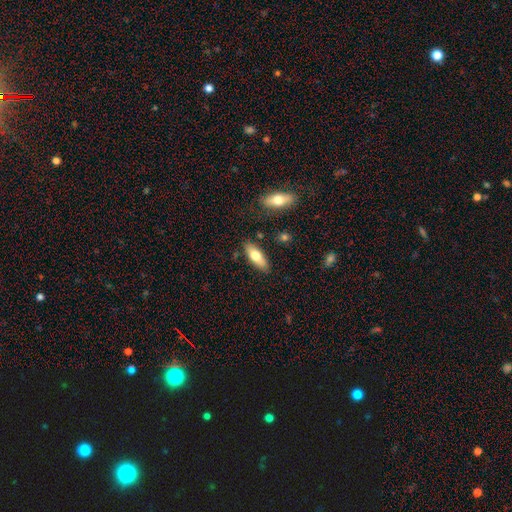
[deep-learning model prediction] The model was most divided on "how rounded": in between: 70%, cigar-shaped: 27%, round: 2%. More confident: merging — none (83%); smooth or featured — smooth (71%).